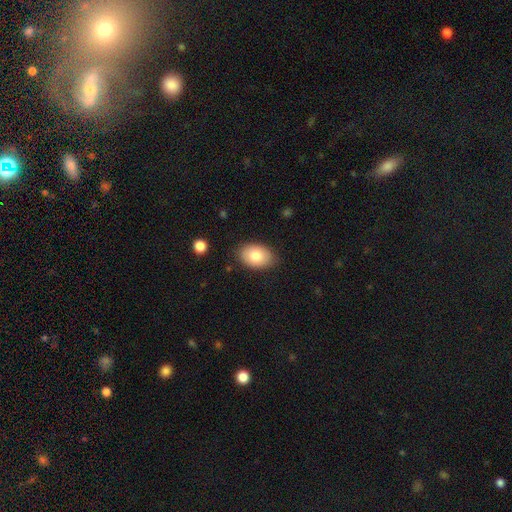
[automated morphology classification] Smooth or featured? smooth (81%)
How rounded? in between (85%)
Merging? none (83%)